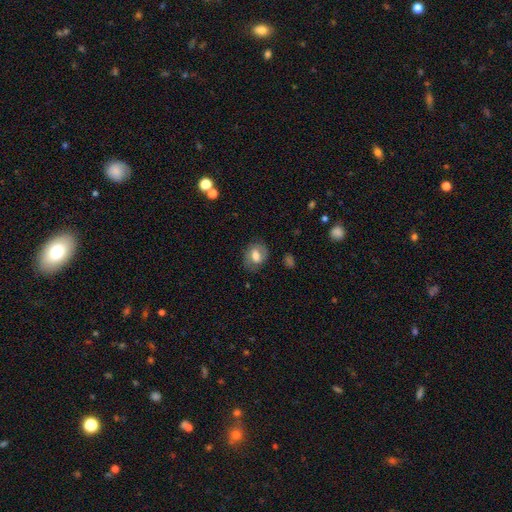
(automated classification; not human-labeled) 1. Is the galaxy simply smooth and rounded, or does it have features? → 58% smooth, 33% featured or disk, 8% star or artifact.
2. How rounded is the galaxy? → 65% in between, 33% round, 1% cigar-shaped.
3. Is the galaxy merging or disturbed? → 72% none, 19% minor disturbance, 8% major disturbance, 2% merger.